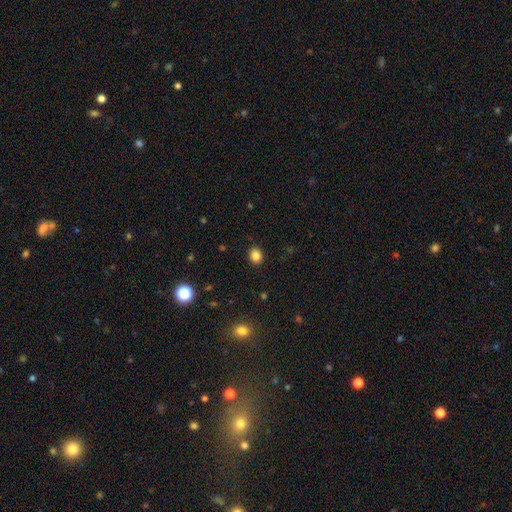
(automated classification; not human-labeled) Smooth or featured? Predicted: smooth (p=0.84). How rounded? Predicted: round (p=0.59). Merging? Predicted: none (p=0.89).